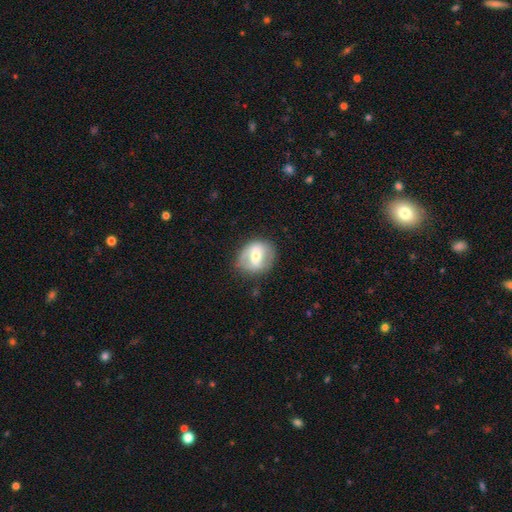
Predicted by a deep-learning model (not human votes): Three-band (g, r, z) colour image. It shows a featured or disk galaxy (60%) with a weak bar (39%, tied with strong), spiral arms (64%) and a moderate central bulge (62%). Merging: none (74%).